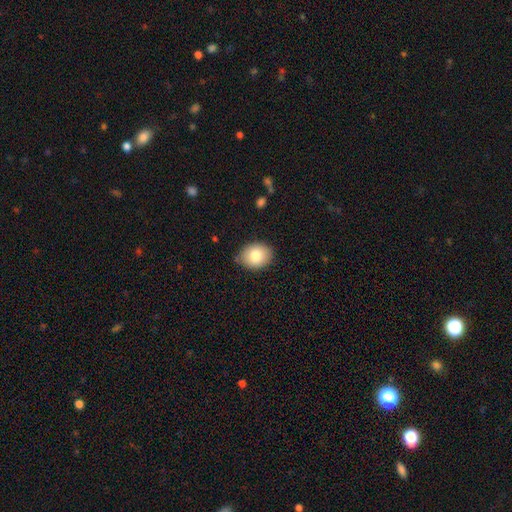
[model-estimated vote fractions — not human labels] Smooth or featured?
  - smooth: 80% *
  - featured or disk: 12%
  - star or artifact: 8%
How rounded?
  - in between: 61% *
  - round: 38%
  - cigar-shaped: 1%
Merging?
  - none: 80% *
  - minor disturbance: 16%
  - major disturbance: 3%
  - merger: 2%